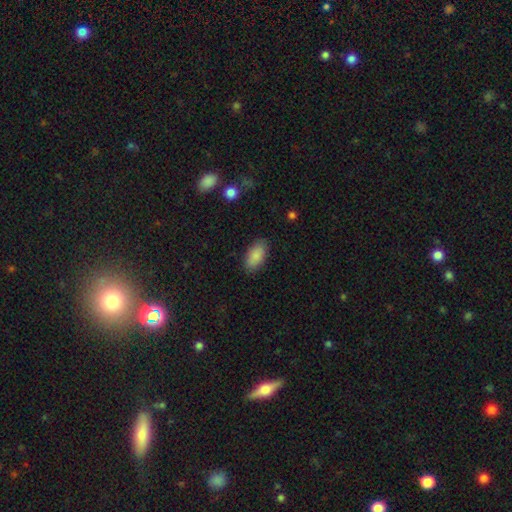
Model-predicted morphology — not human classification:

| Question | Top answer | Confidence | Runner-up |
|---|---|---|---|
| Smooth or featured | smooth | 88% | star or artifact (7%) |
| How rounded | in between | 93% | cigar-shaped (4%) |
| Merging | none | 85% | minor disturbance (11%) |